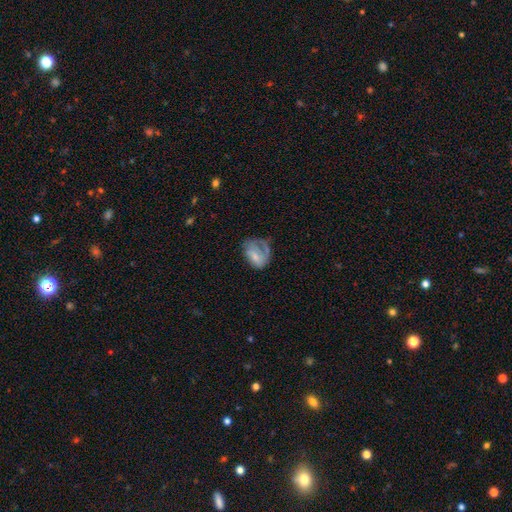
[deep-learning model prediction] smooth 48%, featured or disk 44%, star or artifact 9%. Down the decision tree: merging — major disturbance (40%).